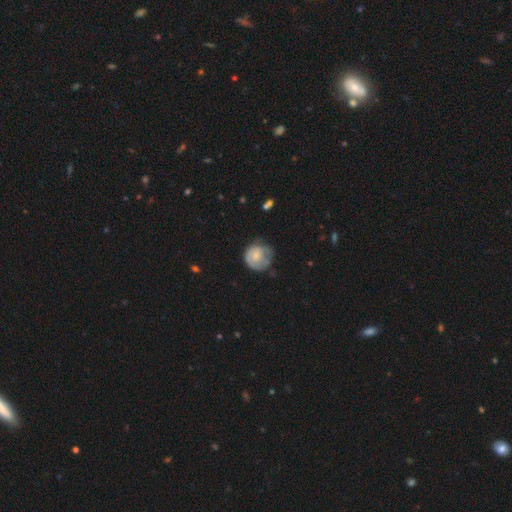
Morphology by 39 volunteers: A smooth galaxy with no disk features (56%) that is round (86%). Merging: none (51%).